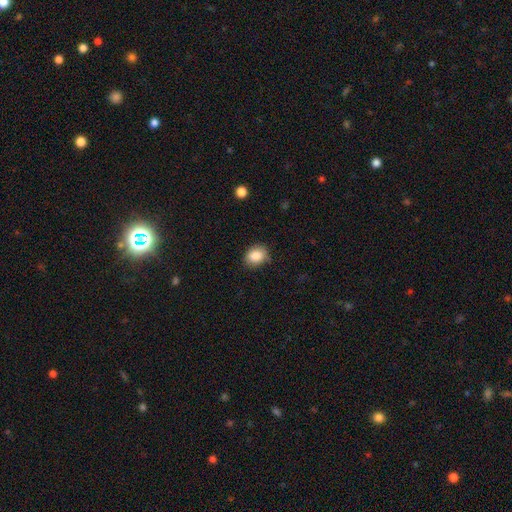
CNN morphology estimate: This appears to be a smooth galaxy with no disk features (87%) that is in between round and cigar-shaped (53%). Merging: none (80%).